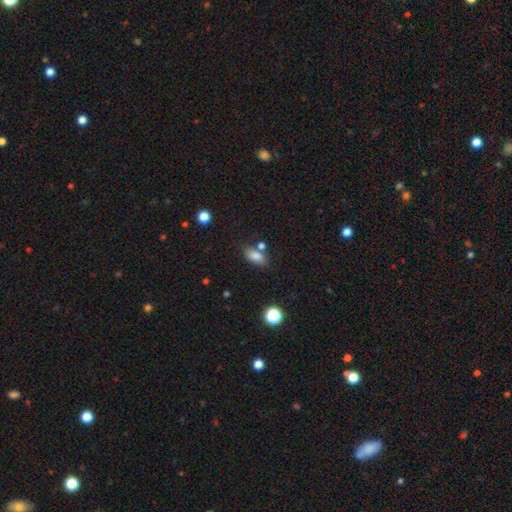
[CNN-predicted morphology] Smooth or featured?
  - smooth: 81% *
  - star or artifact: 11%
  - featured or disk: 8%
How rounded?
  - in between: 85% *
  - round: 7%
  - cigar-shaped: 7%
Merging?
  - none: 66% *
  - merger: 16%
  - minor disturbance: 14%
  - major disturbance: 4%